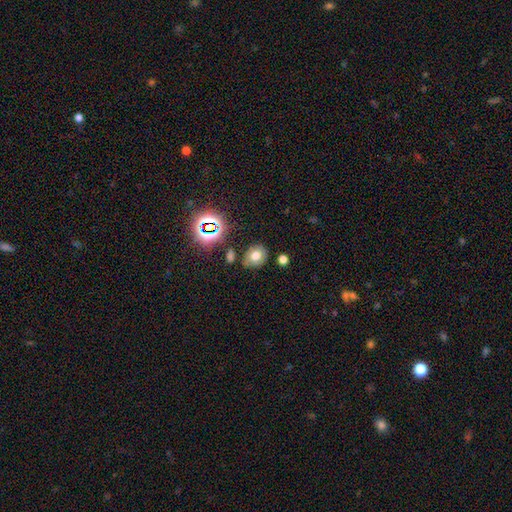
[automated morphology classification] smooth-or-featured: smooth: 66% | star or artifact: 18% | featured or disk: 16%
  how-rounded: round: 58% | in between: 41% | cigar-shaped: 1%
  merging: none: 74% | minor disturbance: 16% | merger: 6% | major disturbance: 5%